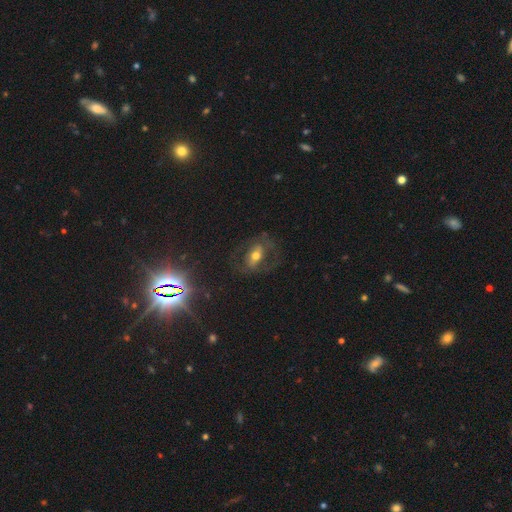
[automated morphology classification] featured or disk 54%, smooth 34%, star or artifact 12%. Down the decision tree: edge-on disk — no (88%); merging — none (63%).